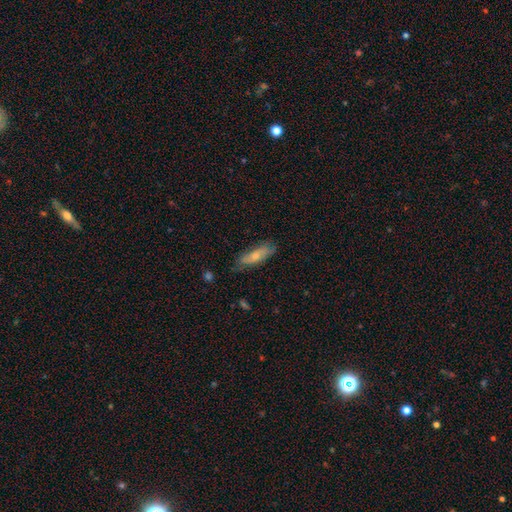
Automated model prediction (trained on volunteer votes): smooth-or-featured: smooth: 60% | featured or disk: 34% | star or artifact: 6%
  how-rounded: cigar-shaped: 51% | in between: 47% | round: 2%
  merging: none: 73% | minor disturbance: 21% | major disturbance: 4% | merger: 2%